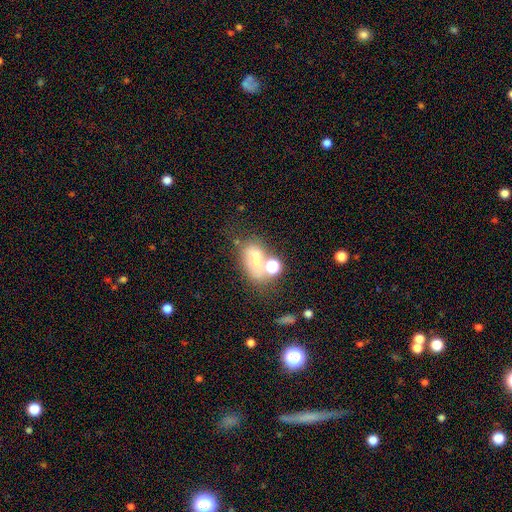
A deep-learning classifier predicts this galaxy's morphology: smooth-or-featured: smooth: 53% | featured or disk: 26% | star or artifact: 21%
  how-rounded: in between: 69% | round: 28% | cigar-shaped: 3%
  merging: merger: 38% | none: 35% | minor disturbance: 14% | major disturbance: 13%